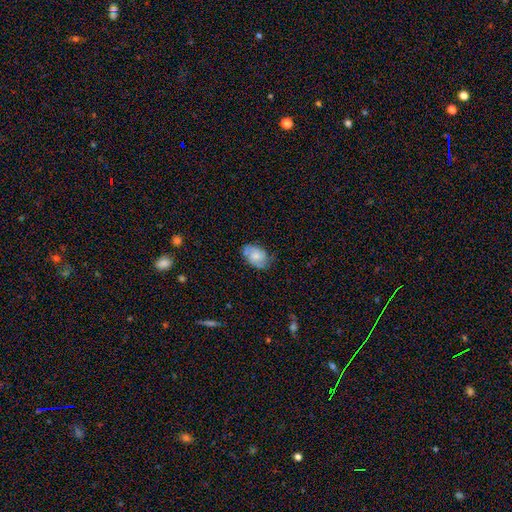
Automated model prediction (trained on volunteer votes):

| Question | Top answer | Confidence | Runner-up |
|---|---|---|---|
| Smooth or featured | smooth | 53% | featured or disk (39%) |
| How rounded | in between | 84% | round (15%) |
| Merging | none | 62% | minor disturbance (27%) |